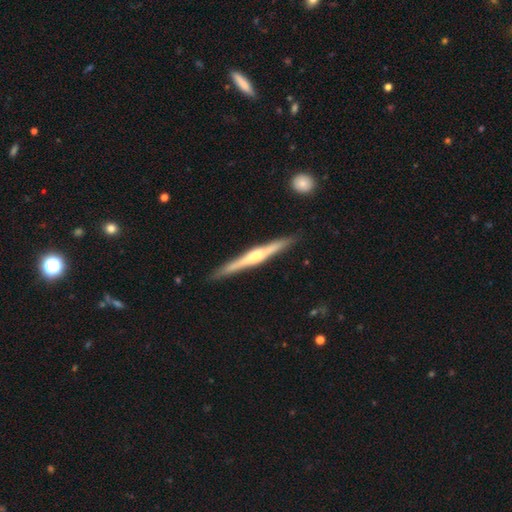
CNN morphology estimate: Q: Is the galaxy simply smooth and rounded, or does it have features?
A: featured or disk — 76%.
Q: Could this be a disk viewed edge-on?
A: yes — 98%.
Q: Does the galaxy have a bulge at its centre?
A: rounded — 80%.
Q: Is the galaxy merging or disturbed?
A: none — 90%.